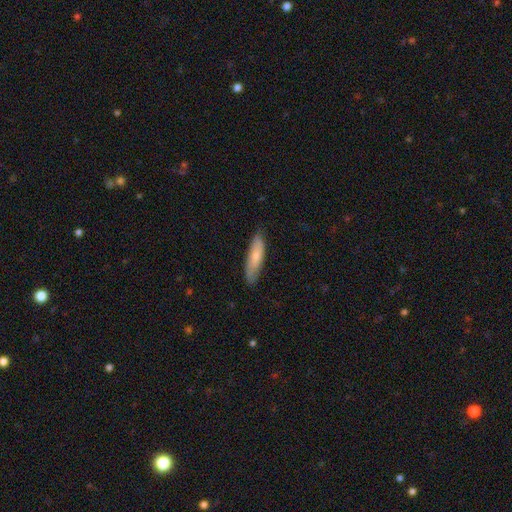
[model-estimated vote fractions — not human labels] The model was most divided on "how rounded": cigar-shaped: 69%, in between: 30%, round: 2%. More confident: merging — none (80%); smooth or featured — smooth (73%).